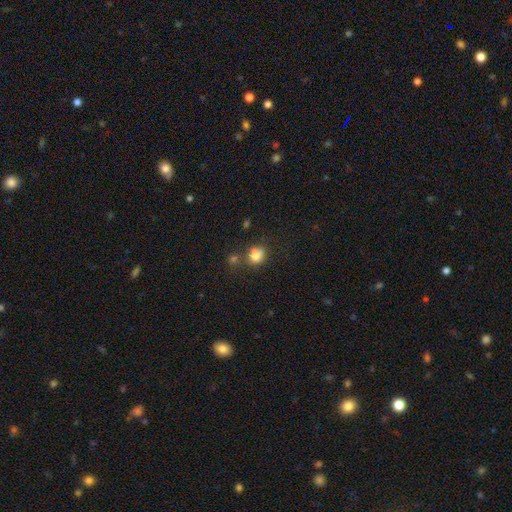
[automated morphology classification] Smooth or featured? smooth (74%)
How rounded? round (70%)
Merging? none (44%)